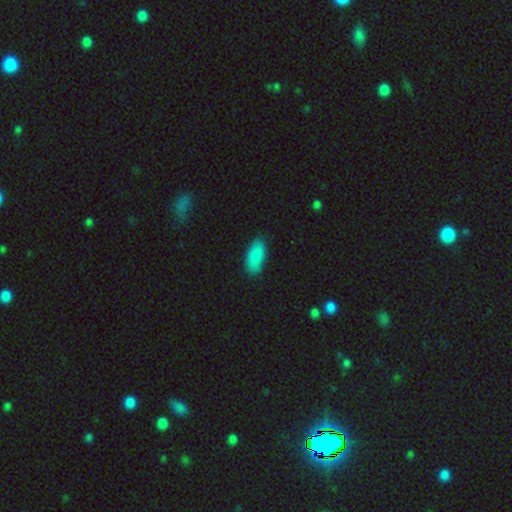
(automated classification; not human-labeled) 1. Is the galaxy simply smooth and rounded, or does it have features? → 87% smooth, 7% star or artifact, 6% featured or disk.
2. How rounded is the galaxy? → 89% in between, 9% cigar-shaped, 2% round.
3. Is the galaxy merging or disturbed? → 82% none, 14% minor disturbance, 3% major disturbance, 1% merger.